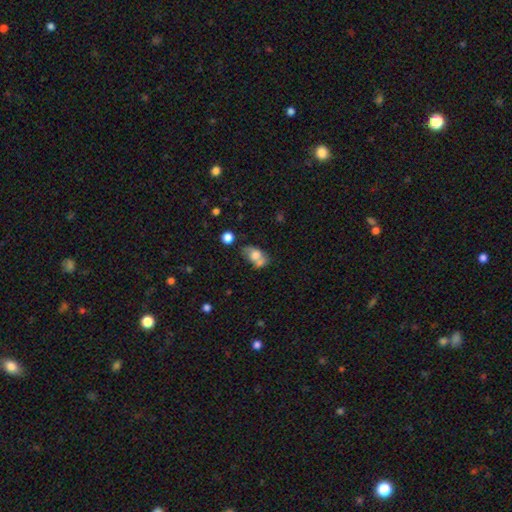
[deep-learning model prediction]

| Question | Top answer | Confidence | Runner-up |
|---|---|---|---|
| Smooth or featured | smooth | 58% | featured or disk (32%) |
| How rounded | in between | 80% | round (17%) |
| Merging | none | 39% | merger (30%) |